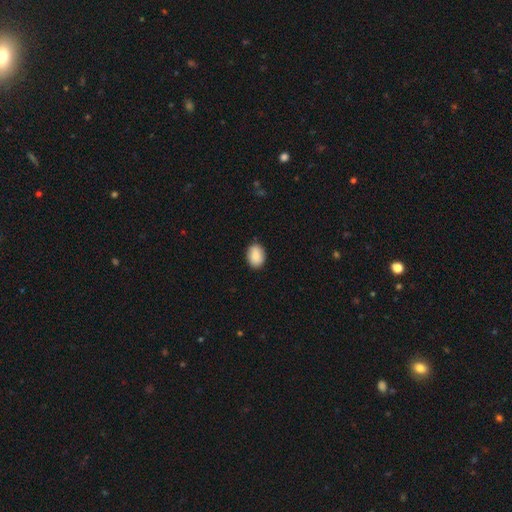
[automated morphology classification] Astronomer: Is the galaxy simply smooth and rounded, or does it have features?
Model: smooth — 87%.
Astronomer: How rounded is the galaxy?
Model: in between — 70%.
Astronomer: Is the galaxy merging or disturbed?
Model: none — 87%.